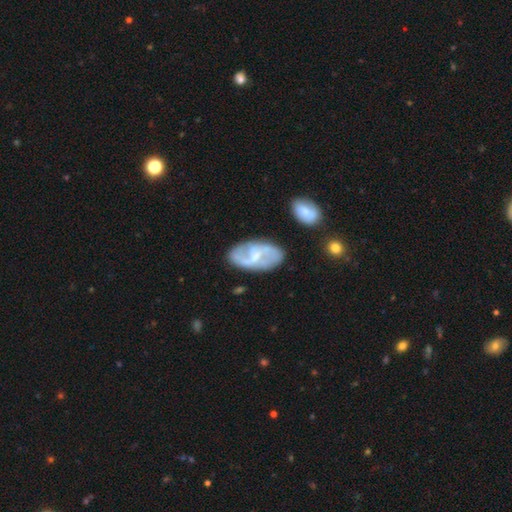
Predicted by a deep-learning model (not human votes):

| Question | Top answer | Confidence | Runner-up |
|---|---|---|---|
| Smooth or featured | featured or disk | 72% | smooth (23%) |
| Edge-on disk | no | 96% | yes (4%) |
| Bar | weak | 53% | no (30%) |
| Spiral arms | yes | 83% | no (17%) |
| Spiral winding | medium | 41% | loose (40%) |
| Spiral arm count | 2 | 75% | can't tell (15%) |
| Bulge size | small | 52% | moderate (29%) |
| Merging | none | 73% | minor disturbance (17%) |